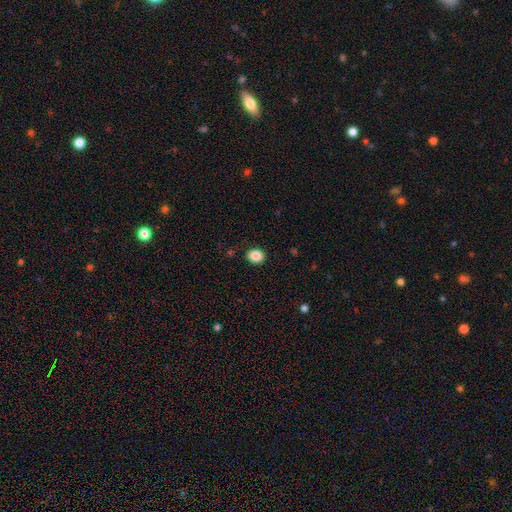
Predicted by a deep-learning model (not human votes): This is clearly a smooth galaxy (86%). How rounded: likely round (60%). Merging: clearly none (90%).